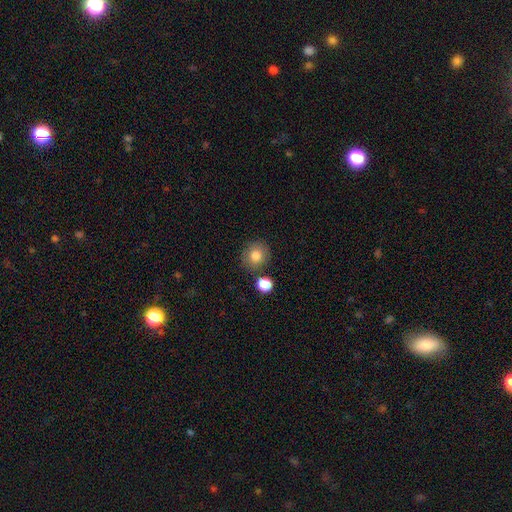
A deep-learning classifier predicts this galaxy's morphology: This is clearly a smooth galaxy (82%). How rounded: clearly round (82%). Merging: likely none (79%).